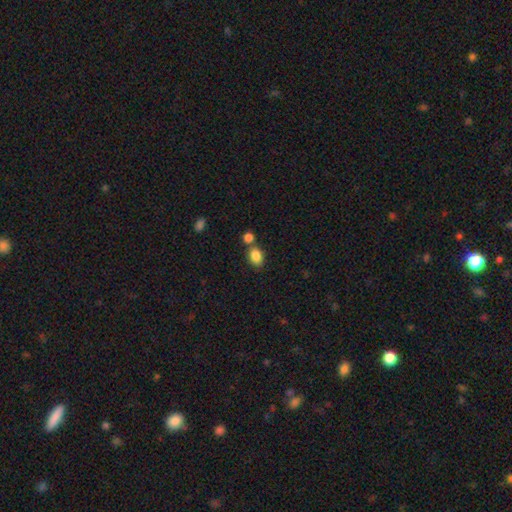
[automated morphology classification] A smooth galaxy with no disk features (85%) that is in between round and cigar-shaped (66%).

Vote fractions:
- Smooth or featured? smooth: 85% / star or artifact: 9% / featured or disk: 5%
- How rounded? in between: 66% / round: 33% / cigar-shaped: 1%
- Merging? none: 61% / merger: 24% / minor disturbance: 11% / major disturbance: 3%